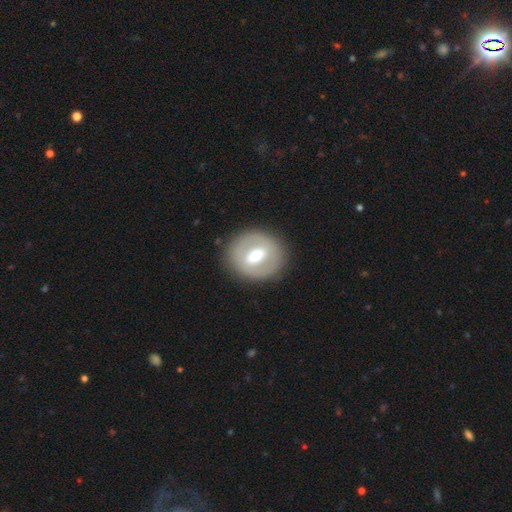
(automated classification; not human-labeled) smooth-or-featured: featured or disk: 55% | smooth: 38% | star or artifact: 6%
  disk-edge-on: no: 93% | yes: 7%
    bar: weak: 43% | strong: 38% | no: 19%
    has-spiral-arms: no: 82% | yes: 18%
    bulge-size: moderate: 71% | small: 17% | large: 10% | dominant: 1% | none: 1%
  merging: none: 86% | minor disturbance: 9% | major disturbance: 4% | merger: 1%